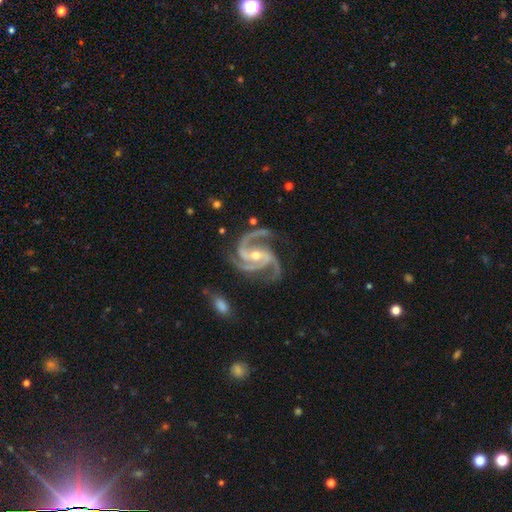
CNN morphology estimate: The model was most divided on "bar": strong: 34%, weak: 33%, no: 32%. More confident: spiral arms — yes (99%); edge-on disk — no (98%); smooth or featured — featured or disk (94%); spiral arm count — 3 (72%); merging — none (70%); spiral winding — medium (60%); bulge size — small (51%).